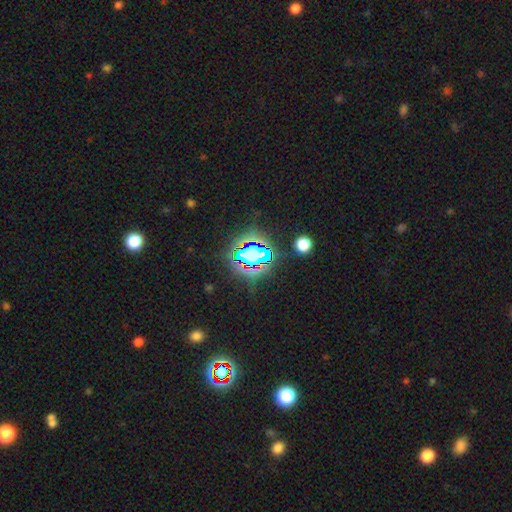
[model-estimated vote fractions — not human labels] Smooth or featured: star or artifact — 66% (smooth — 21%)